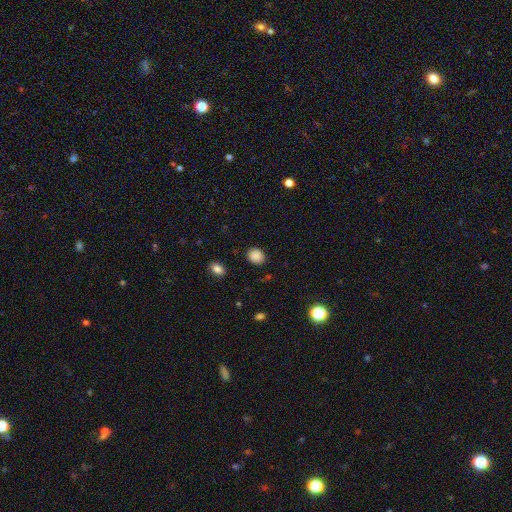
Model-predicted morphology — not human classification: Q: Smooth or featured?
A: smooth (88%); runner-up: star or artifact (9%)
Q: How rounded?
A: round (61%); runner-up: in between (38%)
Q: Merging?
A: none (87%); runner-up: minor disturbance (9%)